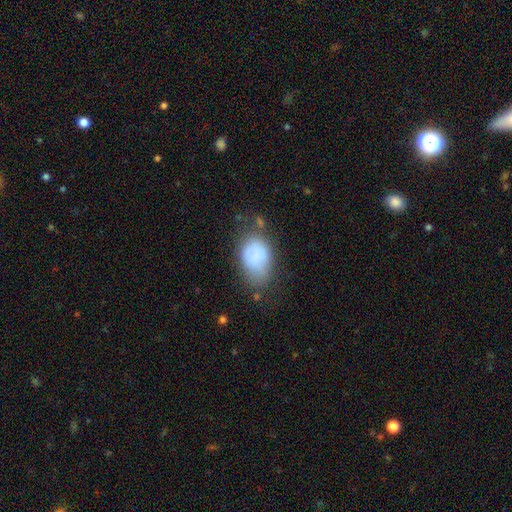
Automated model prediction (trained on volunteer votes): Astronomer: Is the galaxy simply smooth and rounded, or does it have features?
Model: smooth — 71%.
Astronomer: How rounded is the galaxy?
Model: in between — 88%.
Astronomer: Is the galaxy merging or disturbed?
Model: none — 46% (runner-up: minor disturbance, 32%).